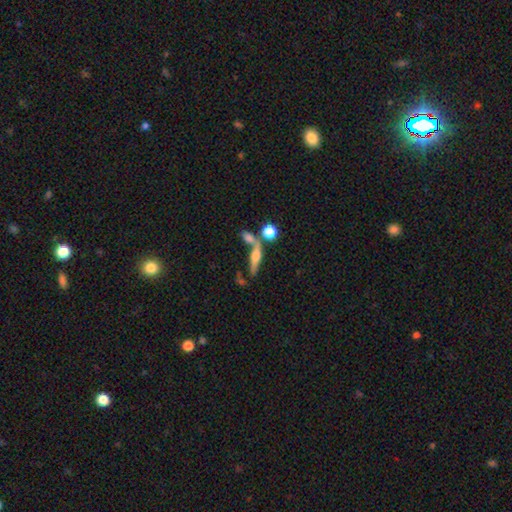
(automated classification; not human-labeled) Q: Smooth or featured?
A: featured or disk (56%); runner-up: smooth (35%)
Q: Edge-on disk?
A: yes (87%); runner-up: no (13%)
Q: Merging?
A: none (55%); runner-up: merger (27%)